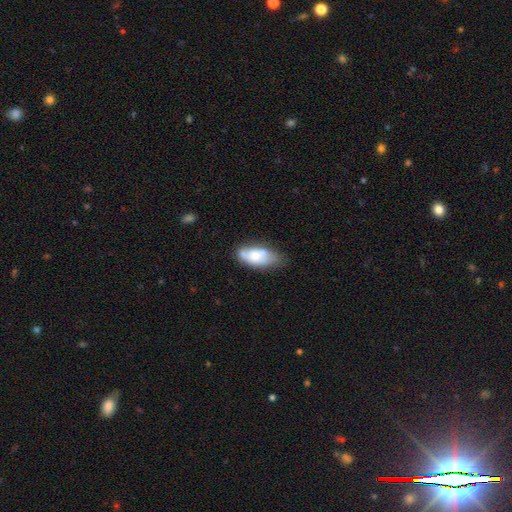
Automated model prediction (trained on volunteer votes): smooth-or-featured: smooth: 63% | featured or disk: 30% | star or artifact: 7%
  how-rounded: in between: 86% | cigar-shaped: 11% | round: 3%
  merging: none: 52% | minor disturbance: 33% | major disturbance: 9% | merger: 6%